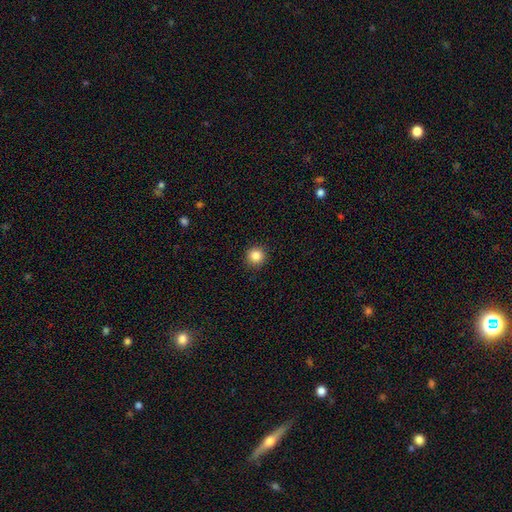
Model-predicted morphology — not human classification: Overall: smooth (85%). How rounded: round (95%). Merging: none (92%).